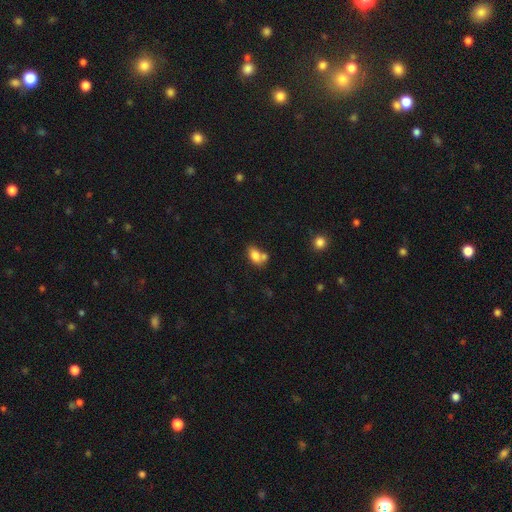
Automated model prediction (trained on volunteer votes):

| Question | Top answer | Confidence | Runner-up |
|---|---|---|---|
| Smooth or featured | smooth | 79% | featured or disk (11%) |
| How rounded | in between | 86% | round (12%) |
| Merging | merger | 41% | tied: none (41%) |